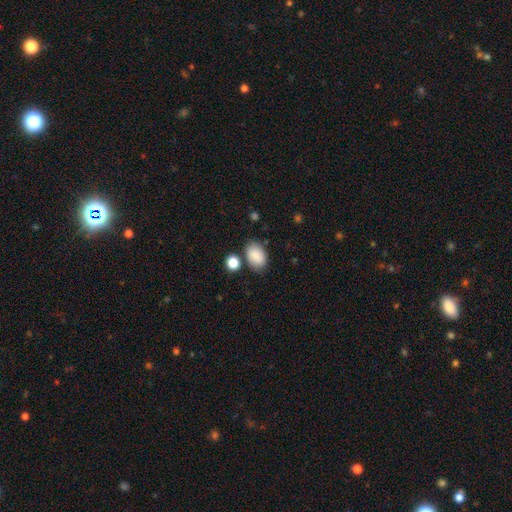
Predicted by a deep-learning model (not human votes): smooth-or-featured: smooth: 86% | star or artifact: 8% | featured or disk: 6%
  how-rounded: in between: 84% | round: 15% | cigar-shaped: 1%
  merging: none: 71% | minor disturbance: 16% | merger: 8% | major disturbance: 4%